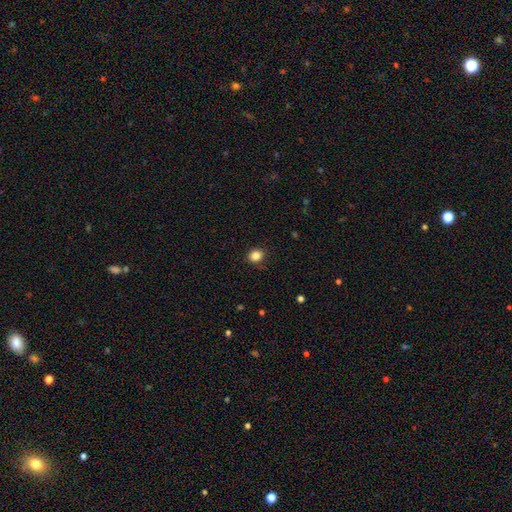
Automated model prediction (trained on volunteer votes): Smooth or featured? Predicted: smooth (p=0.85). How rounded? Predicted: round (p=0.69). Merging? Predicted: none (p=0.88).